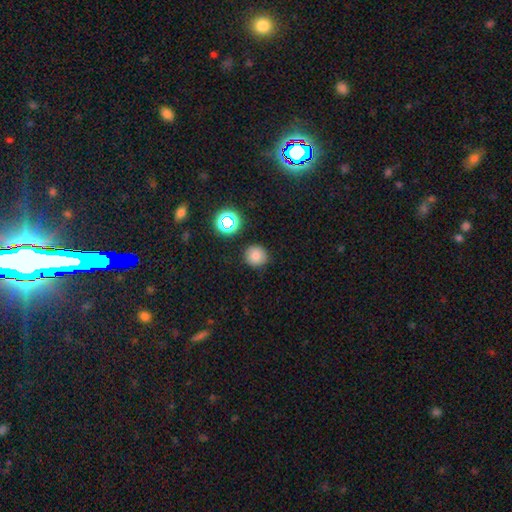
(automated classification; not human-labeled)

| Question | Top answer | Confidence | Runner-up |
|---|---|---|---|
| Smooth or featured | smooth | 78% | star or artifact (16%) |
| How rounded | round | 91% | in between (8%) |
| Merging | none | 88% | minor disturbance (8%) |